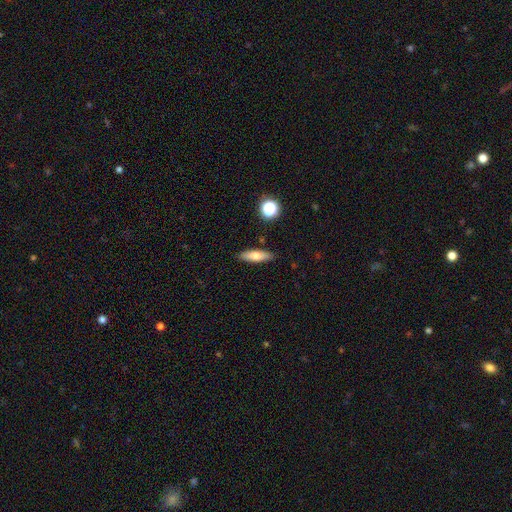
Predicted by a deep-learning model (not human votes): smooth-or-featured: smooth: 70% | featured or disk: 22% | star or artifact: 8%
  how-rounded: cigar-shaped: 55% | in between: 42% | round: 3%
  merging: none: 87% | minor disturbance: 9% | merger: 2% | major disturbance: 2%